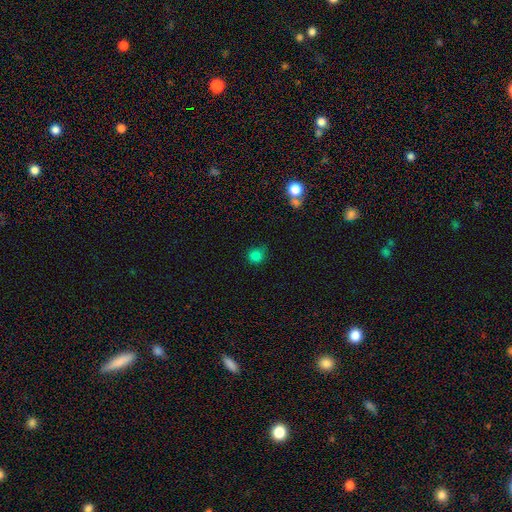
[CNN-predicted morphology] Overall: smooth (80%). How rounded: round (89%). Merging: none (71%).